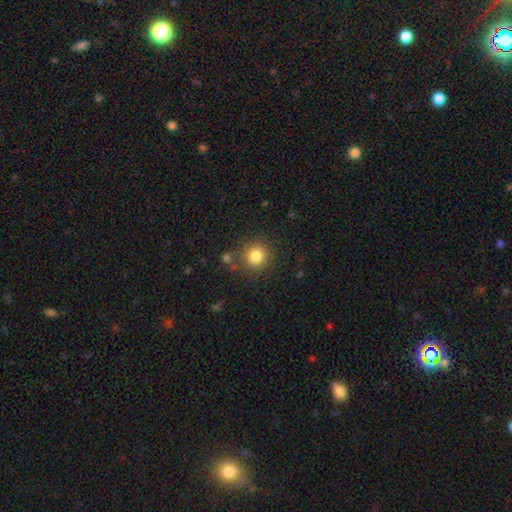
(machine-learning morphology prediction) smooth 82%, star or artifact 12%, featured or disk 6%. Down the decision tree: how rounded — round (93%); merging — none (83%).